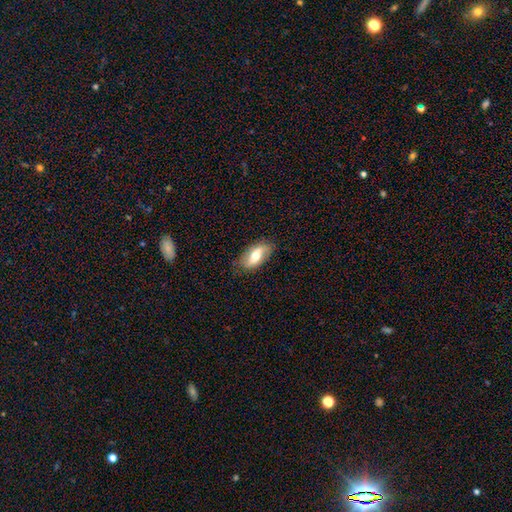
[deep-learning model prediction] smooth_or_featured: smooth (p=0.50) [alt: featured or disk p=0.43]
merging: none (p=0.80) [alt: minor disturbance p=0.15]